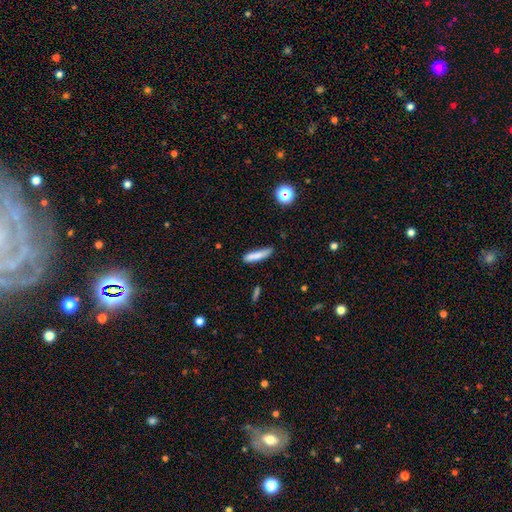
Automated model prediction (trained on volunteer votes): smooth_or_featured: smooth (p=0.80) [alt: featured or disk p=0.12]
how_rounded: cigar-shaped (p=0.82) [alt: in between p=0.16]
merging: none (p=0.66) [alt: minor disturbance p=0.24]